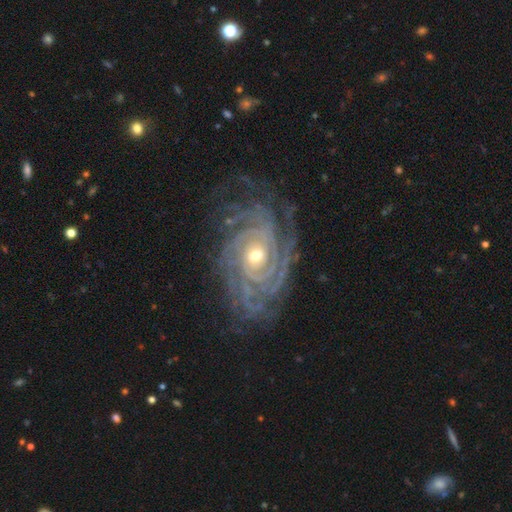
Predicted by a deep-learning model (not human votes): Q: Smooth or featured?
A: featured or disk (91%); runner-up: star or artifact (5%)
Q: Edge-on disk?
A: no (97%); runner-up: yes (3%)
Q: Bar?
A: no (72%); runner-up: weak (19%)
Q: Spiral arms?
A: yes (98%); runner-up: no (2%)
Q: Spiral winding?
A: tight (82%); runner-up: medium (15%)
Q: Spiral arm count?
A: more than 4 (22%); tied with: can't tell (22%)
Q: Bulge size?
A: moderate (49%); runner-up: small (47%)
Q: Merging?
A: none (72%); runner-up: minor disturbance (17%)